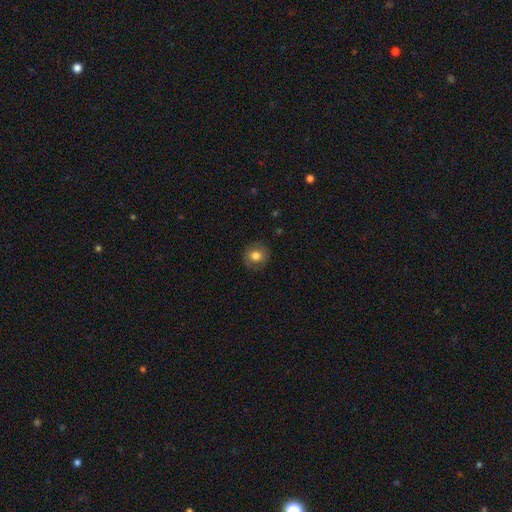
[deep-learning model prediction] smooth_or_featured: smooth (p=0.79) [alt: featured or disk p=0.11]
how_rounded: round (p=0.86) [alt: in between p=0.13]
merging: none (p=0.87) [alt: minor disturbance p=0.09]